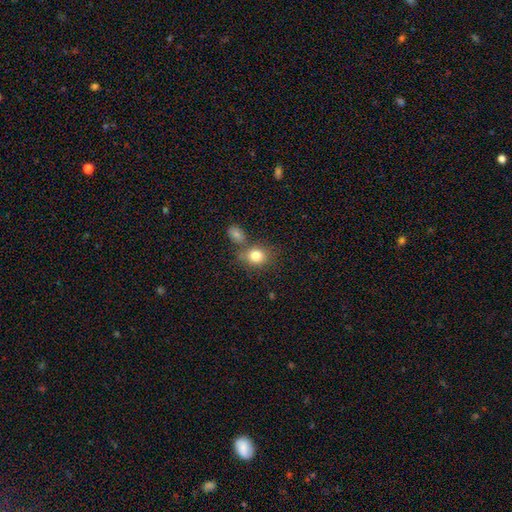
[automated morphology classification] This is clearly a smooth galaxy (81%). How rounded: likely round (64%). Merging: possibly none (57%).